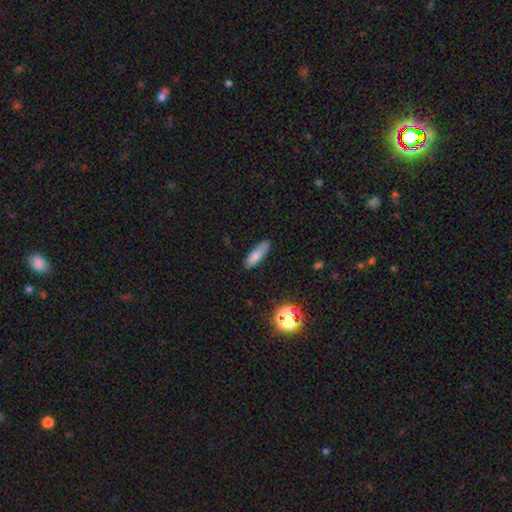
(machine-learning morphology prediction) smooth-or-featured: smooth: 82% | star or artifact: 9% | featured or disk: 9%
  how-rounded: cigar-shaped: 52% | in between: 46% | round: 2%
  merging: none: 81% | minor disturbance: 15% | major disturbance: 3% | merger: 1%